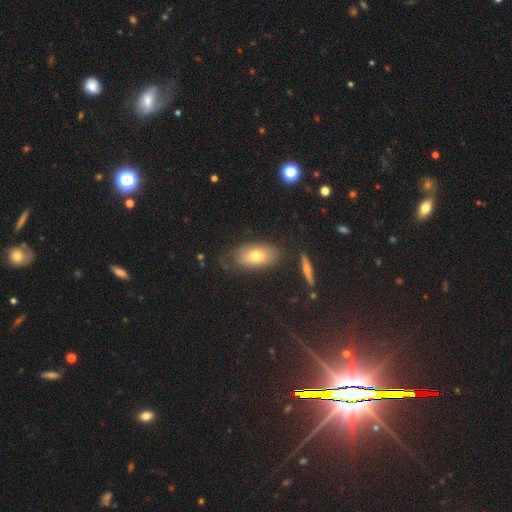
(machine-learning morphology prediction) This is likely a smooth galaxy (66%). How rounded: clearly in between (89%). Merging: likely none (68%).